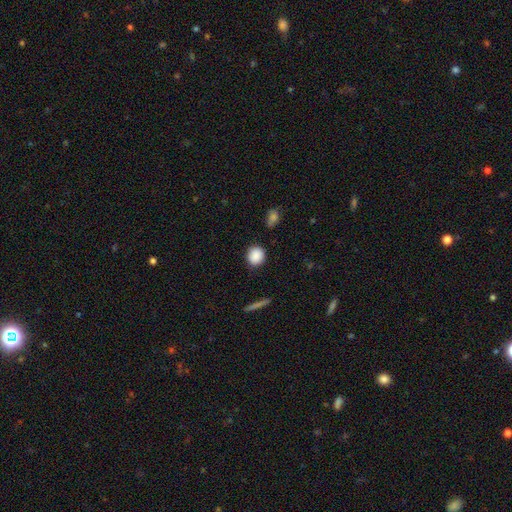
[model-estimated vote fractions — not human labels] Smooth or featured? Predicted: smooth (p=0.88). How rounded? Predicted: round (p=0.82). Merging? Predicted: none (p=0.87).